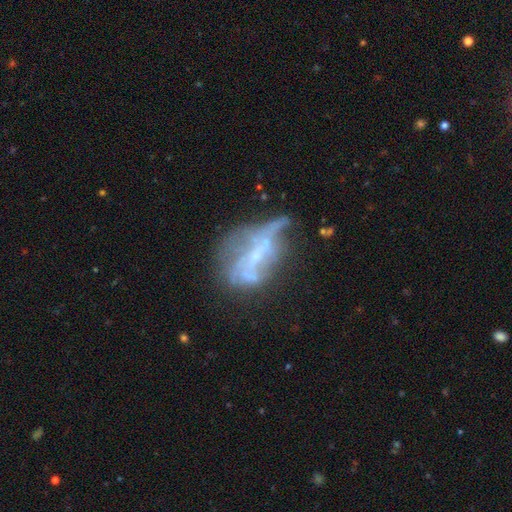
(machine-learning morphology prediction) A featured or disk galaxy (66%) with no bar (61%), no spiral arms (70%) and a small central bulge (60%). Merging: major disturbance (37%).